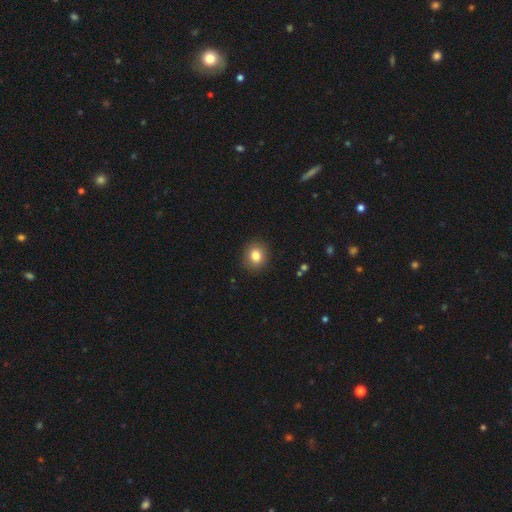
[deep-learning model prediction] Smooth or featured? Predicted: smooth (p=0.83). How rounded? Predicted: round (p=0.79). Merging? Predicted: none (p=0.90).